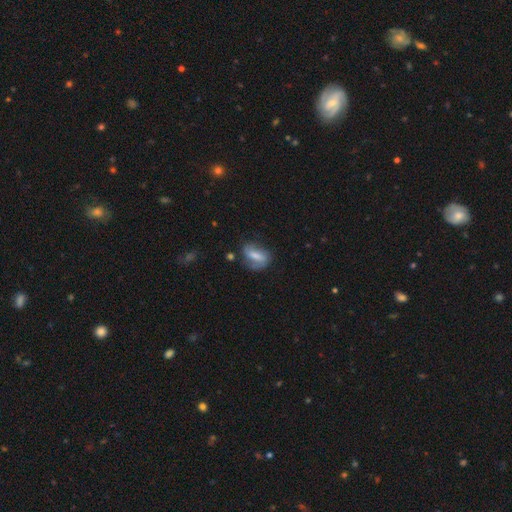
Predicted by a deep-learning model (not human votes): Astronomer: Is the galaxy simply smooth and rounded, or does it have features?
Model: smooth — 52% (runner-up: featured or disk, 39%).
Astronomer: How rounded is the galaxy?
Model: in between — 78%.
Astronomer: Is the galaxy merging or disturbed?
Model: none — 51% (runner-up: minor disturbance, 28%).